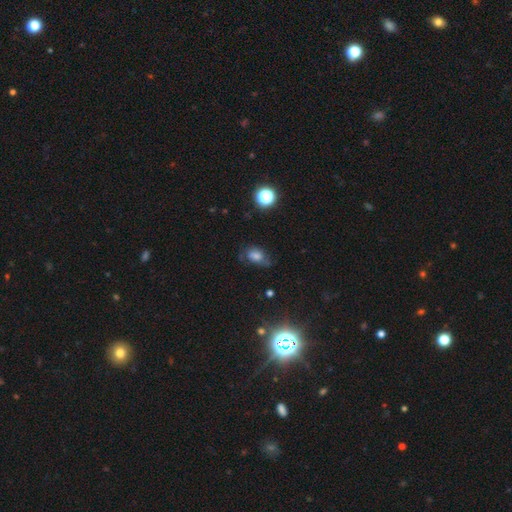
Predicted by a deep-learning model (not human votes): Morphology: type=smooth (58%); roundness=in between (78%); merging=none (52%).